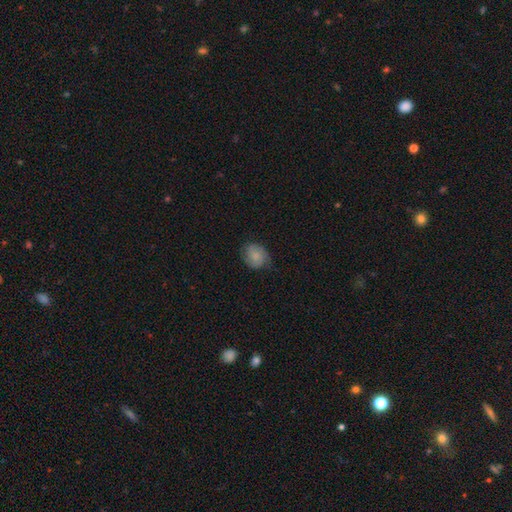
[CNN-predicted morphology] Smooth or featured: smooth — 71% (featured or disk — 21%)
How rounded: round — 64% (in between — 35%)
Merging: none — 68% (minor disturbance — 25%)